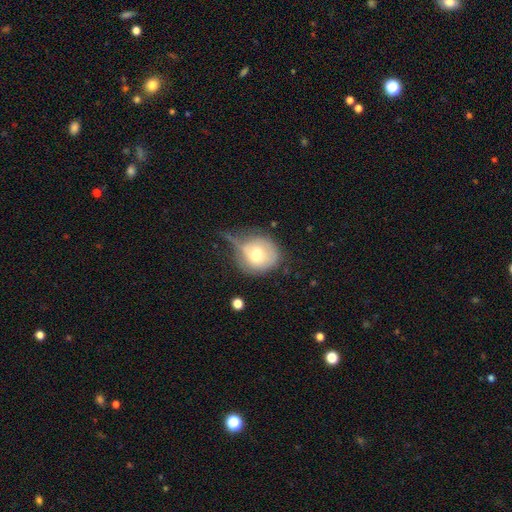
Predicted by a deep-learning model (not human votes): A smooth galaxy with no disk features (66%) that is round (79%). Merging: none (35%).